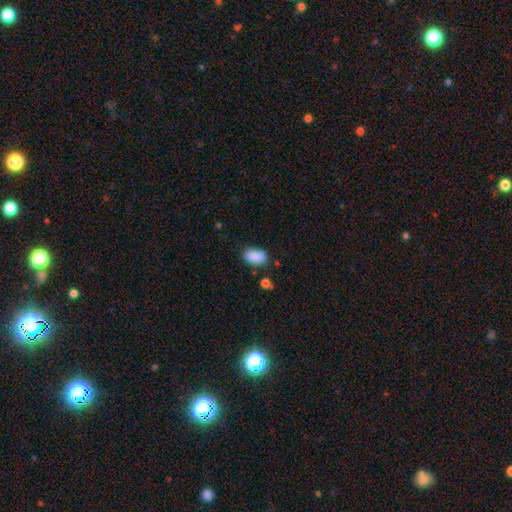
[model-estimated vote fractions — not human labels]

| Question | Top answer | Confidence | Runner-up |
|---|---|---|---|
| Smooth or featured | smooth | 88% | star or artifact (8%) |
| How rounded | in between | 91% | round (8%) |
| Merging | none | 71% | minor disturbance (21%) |